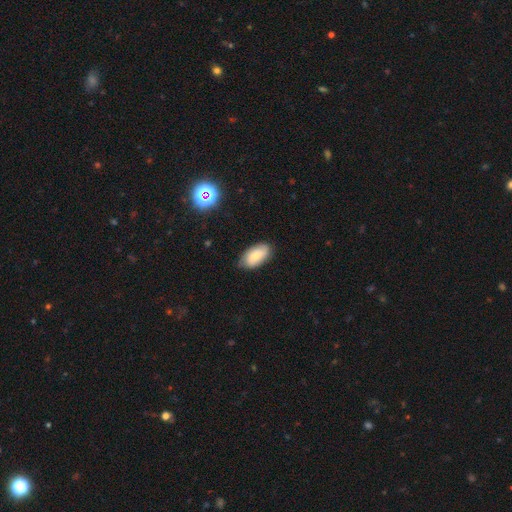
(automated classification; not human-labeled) This is likely a smooth galaxy (75%). How rounded: clearly in between (94%). Merging: clearly none (80%).